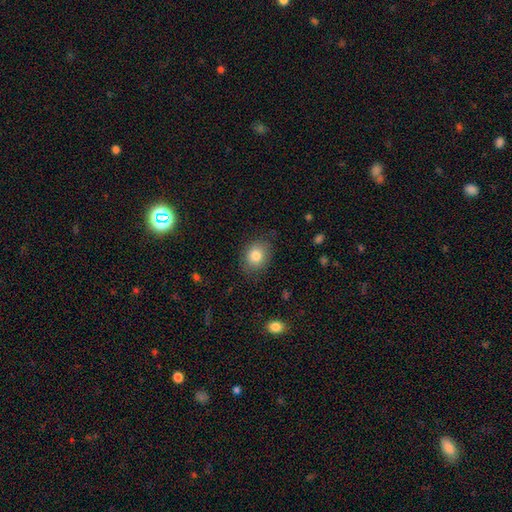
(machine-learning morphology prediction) Smooth or featured? smooth (82%)
How rounded? round (54%)
Merging? none (81%)